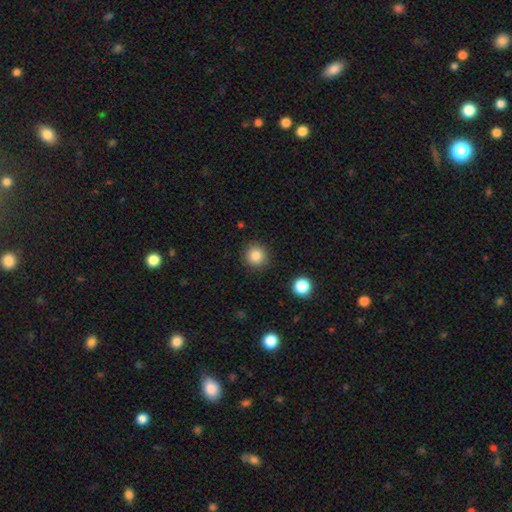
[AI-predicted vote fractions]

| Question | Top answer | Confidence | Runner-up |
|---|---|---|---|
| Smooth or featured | smooth | 84% | star or artifact (11%) |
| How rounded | round | 94% | in between (5%) |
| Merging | none | 89% | minor disturbance (6%) |